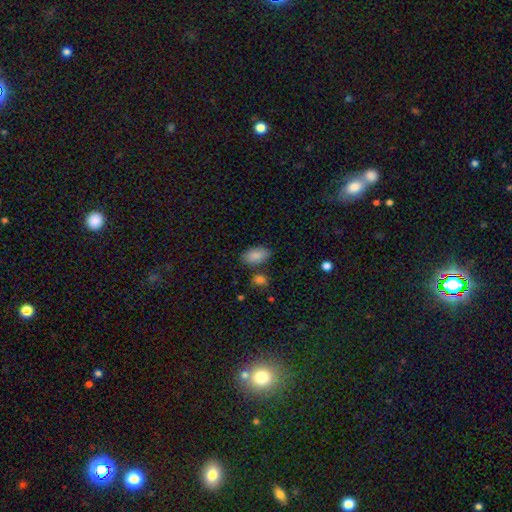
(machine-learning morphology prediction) smooth-or-featured: smooth: 88% | star or artifact: 7% | featured or disk: 5%
  how-rounded: in between: 93% | round: 4% | cigar-shaped: 2%
  merging: none: 77% | minor disturbance: 13% | merger: 6% | major disturbance: 3%